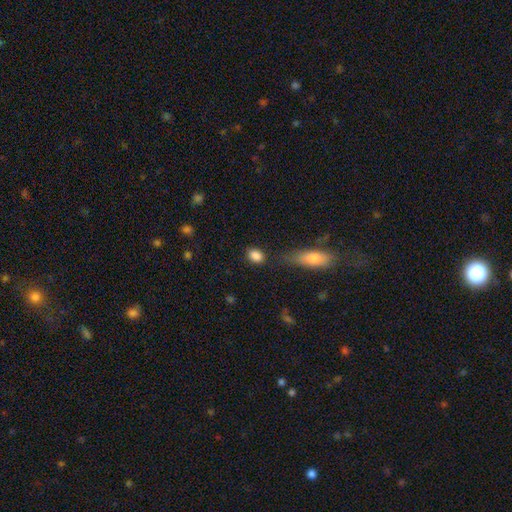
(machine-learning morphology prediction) smooth-or-featured: smooth: 87% | star or artifact: 8% | featured or disk: 5%
  how-rounded: in between: 66% | round: 31% | cigar-shaped: 3%
  merging: none: 77% | minor disturbance: 14% | major disturbance: 5% | merger: 4%